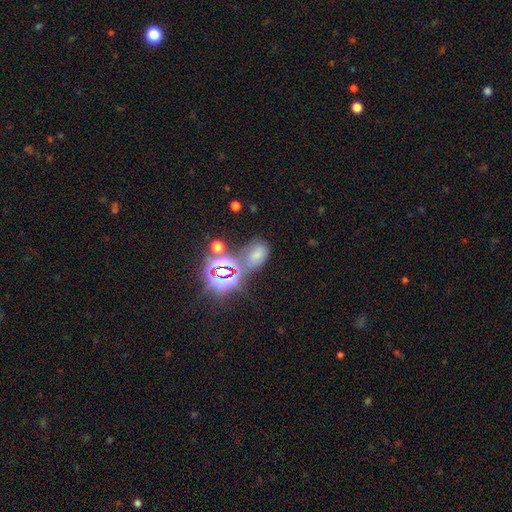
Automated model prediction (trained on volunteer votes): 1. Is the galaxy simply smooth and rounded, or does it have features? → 50% smooth, 37% star or artifact, 12% featured or disk.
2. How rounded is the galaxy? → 79% in between, 19% round, 2% cigar-shaped.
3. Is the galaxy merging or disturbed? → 50% none, 20% minor disturbance, 17% merger, 13% major disturbance.